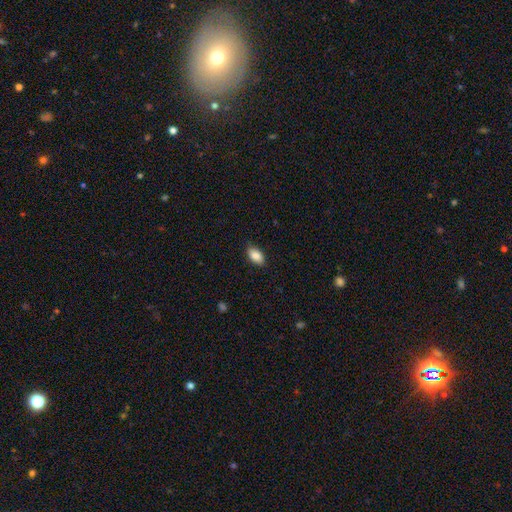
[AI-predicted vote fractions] Smooth or featured: smooth — 87% (star or artifact — 7%)
How rounded: in between — 93% (round — 5%)
Merging: none — 85% (minor disturbance — 12%)